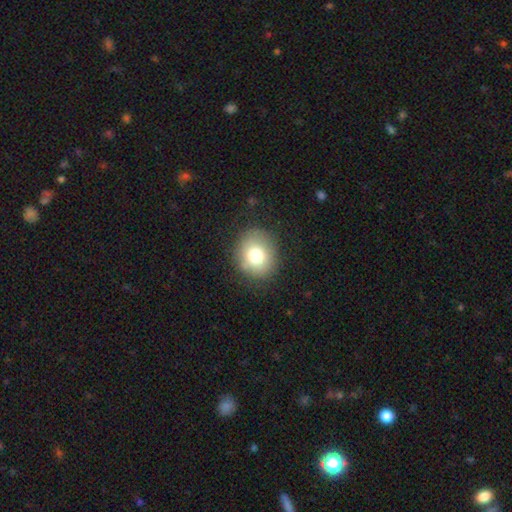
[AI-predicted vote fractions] Q: Smooth or featured?
A: smooth (77%); runner-up: featured or disk (12%)
Q: How rounded?
A: round (73%); runner-up: in between (26%)
Q: Merging?
A: none (83%); runner-up: minor disturbance (12%)